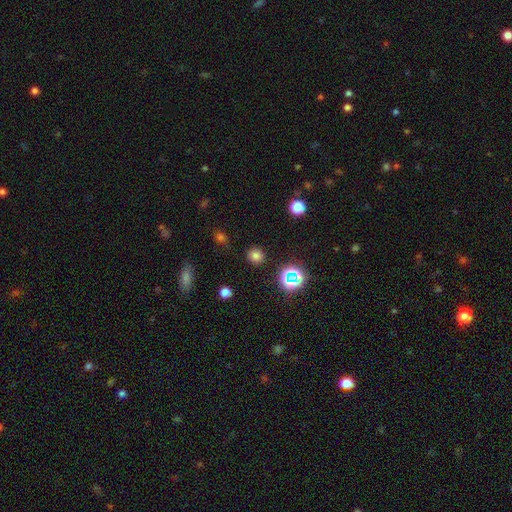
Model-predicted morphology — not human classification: A smooth galaxy with no disk features (75%) that is round (85%). Merging: none (88%).